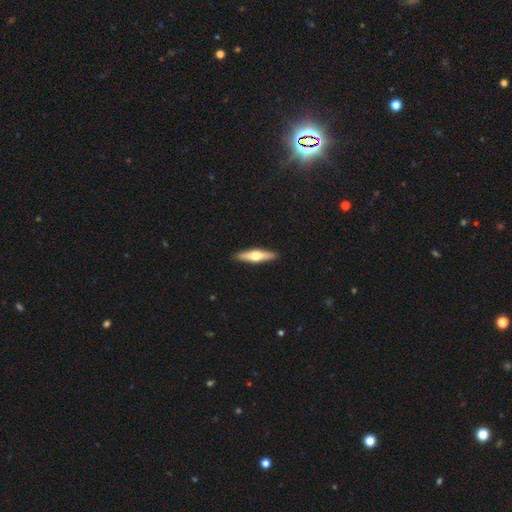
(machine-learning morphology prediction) Smooth or featured?
  - featured or disk: 49% *
  - smooth: 46%
  - star or artifact: 5%
Merging?
  - none: 92% *
  - minor disturbance: 6%
  - major disturbance: 1%
  - merger: 1%